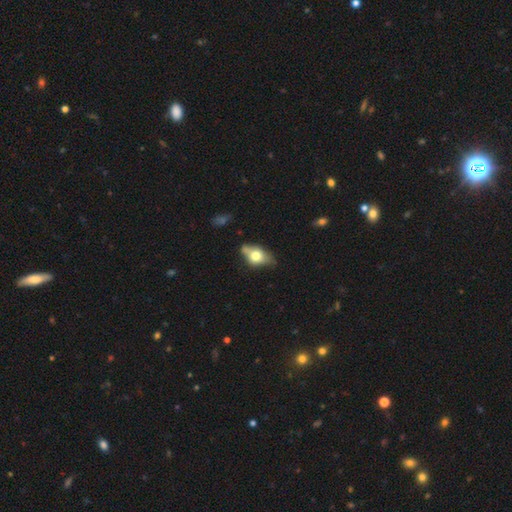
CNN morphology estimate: Smooth or featured: smooth — 59% (featured or disk — 33%)
How rounded: in between — 81% (round — 12%)
Merging: none — 53% (minor disturbance — 30%)